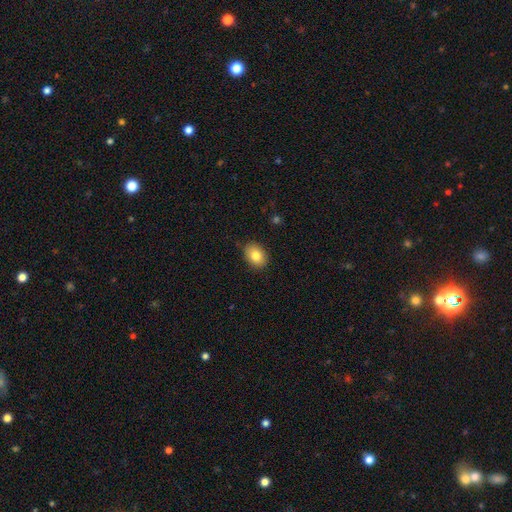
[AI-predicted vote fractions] smooth 82%, featured or disk 9%, star or artifact 9%. Down the decision tree: how rounded — in between (67%); merging — none (86%).